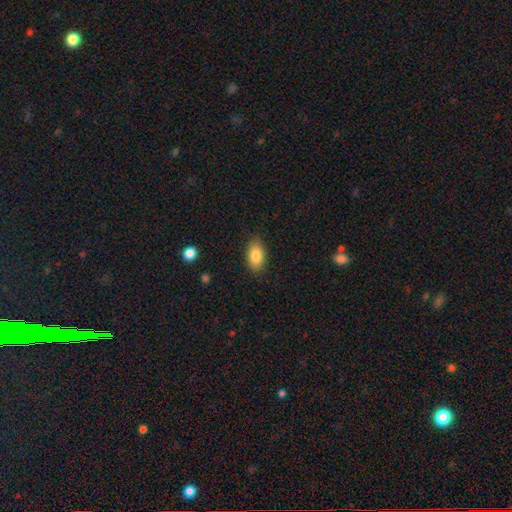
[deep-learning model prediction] Smooth or featured? smooth (85%)
How rounded? in between (91%)
Merging? none (84%)